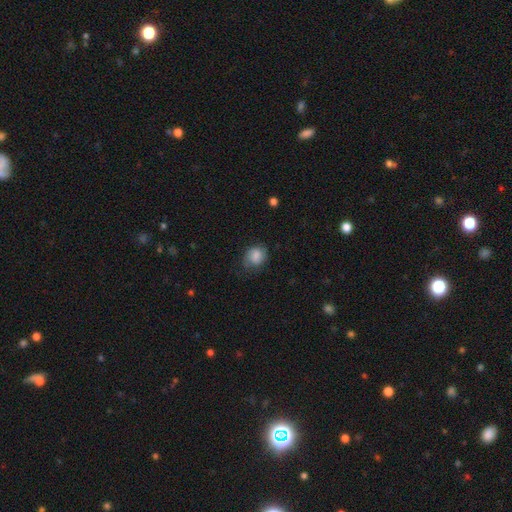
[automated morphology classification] type=smooth (75%); roundness=round (54%); merging=none (64%).